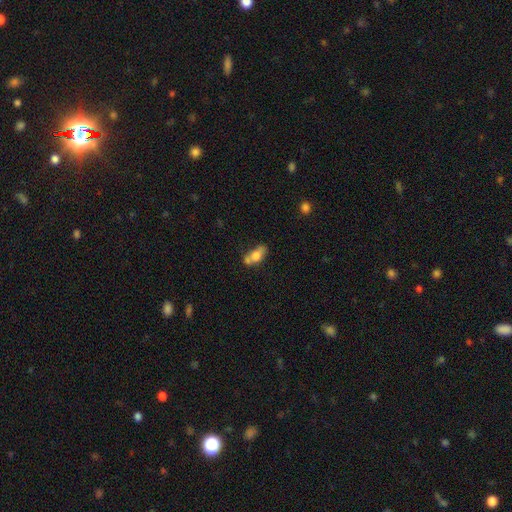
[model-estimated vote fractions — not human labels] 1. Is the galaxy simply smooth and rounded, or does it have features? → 67% smooth, 25% featured or disk, 8% star or artifact.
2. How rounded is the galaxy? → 82% in between, 12% cigar-shaped, 7% round.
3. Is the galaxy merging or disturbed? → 43% none, 28% merger, 21% minor disturbance, 8% major disturbance.